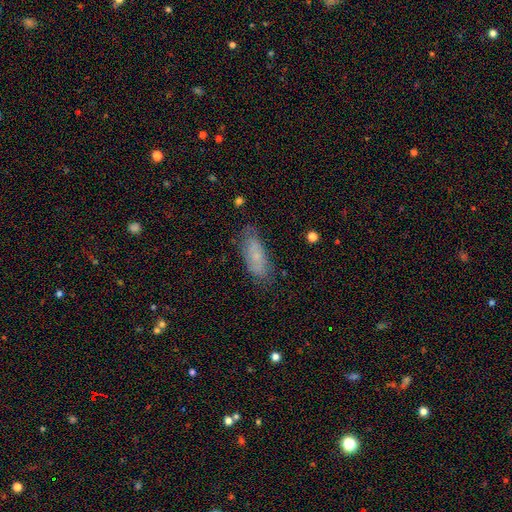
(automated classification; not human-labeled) Smooth or featured? Predicted: smooth (p=0.65). How rounded? Predicted: in between (p=0.72). Merging? Predicted: none (p=0.71).